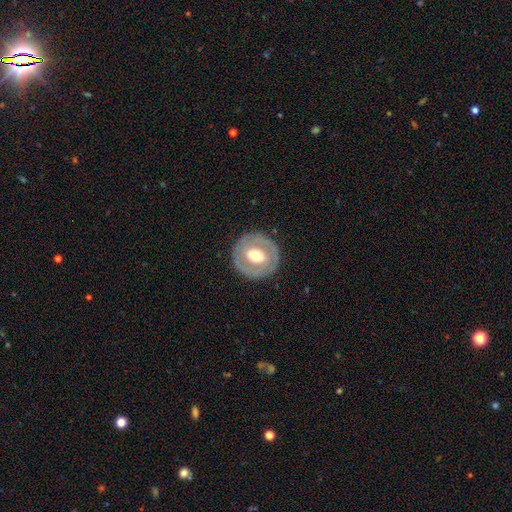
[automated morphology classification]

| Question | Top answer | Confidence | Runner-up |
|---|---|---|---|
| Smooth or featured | featured or disk | 60% | smooth (35%) |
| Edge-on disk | no | 95% | yes (5%) |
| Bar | no | 42% | weak (35%) |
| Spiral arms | no | 73% | yes (27%) |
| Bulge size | moderate | 71% | small (14%) |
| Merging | none | 86% | minor disturbance (9%) |